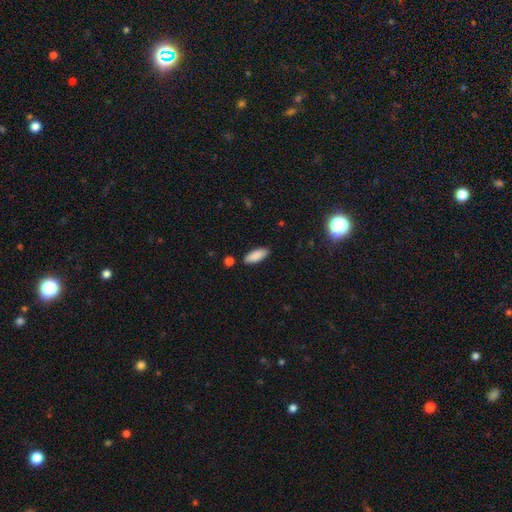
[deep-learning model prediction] Q: Smooth or featured?
A: smooth (89%); runner-up: star or artifact (6%)
Q: How rounded?
A: in between (75%); runner-up: cigar-shaped (24%)
Q: Merging?
A: none (85%); runner-up: minor disturbance (10%)